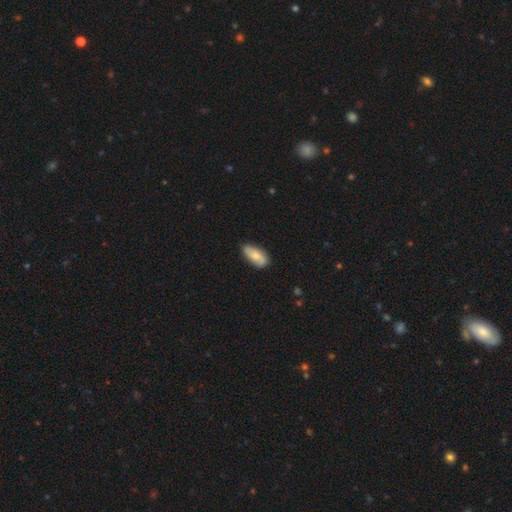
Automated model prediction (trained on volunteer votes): This is likely a smooth galaxy (76%). How rounded: clearly in between (86%). Merging: likely none (74%).